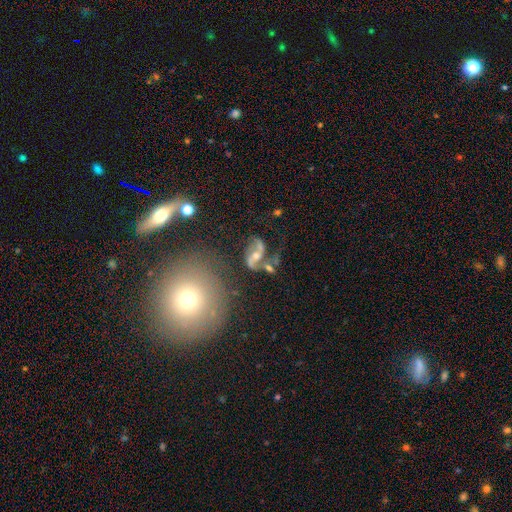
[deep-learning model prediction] The model was most divided on "bar": no: 40%, weak: 38%, strong: 22%. Remaining: edge-on disk — no (97%); spiral arms — yes (92%); spiral arm count — 2 (91%); smooth or featured — featured or disk (82%); spiral winding — loose (65%); bulge size — moderate (52%); merging — none (44%).